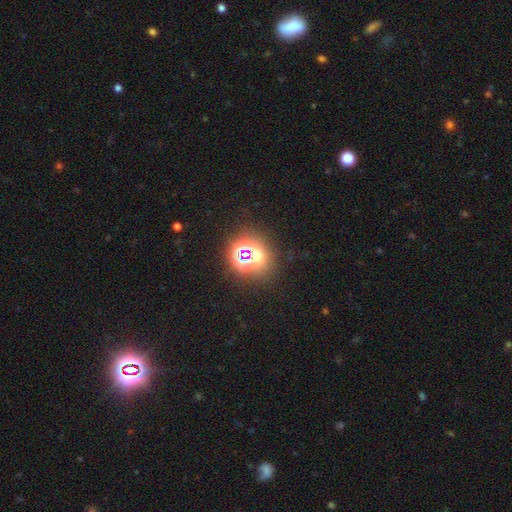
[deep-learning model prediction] Smooth or featured: star or artifact — 58% (smooth — 31%)